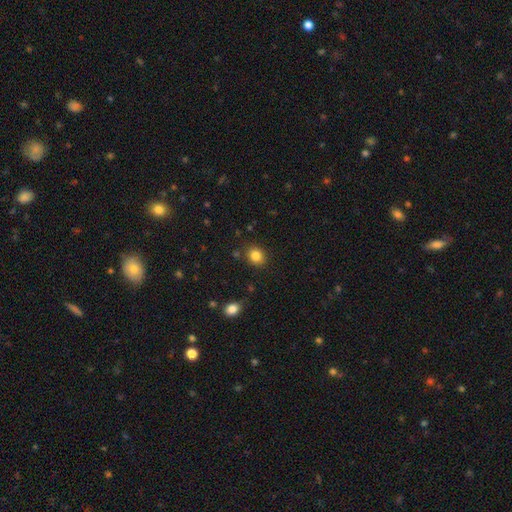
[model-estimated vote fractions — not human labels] Smooth or featured? Predicted: smooth (p=0.84). How rounded? Predicted: round (p=0.65). Merging? Predicted: none (p=0.85).